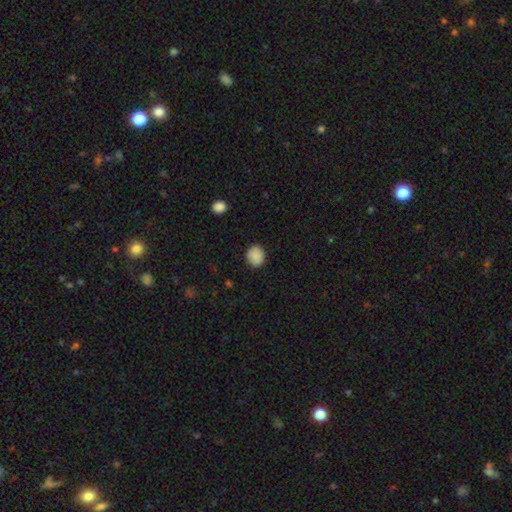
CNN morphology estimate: type=smooth (88%); roundness=round (81%); merging=none (86%).